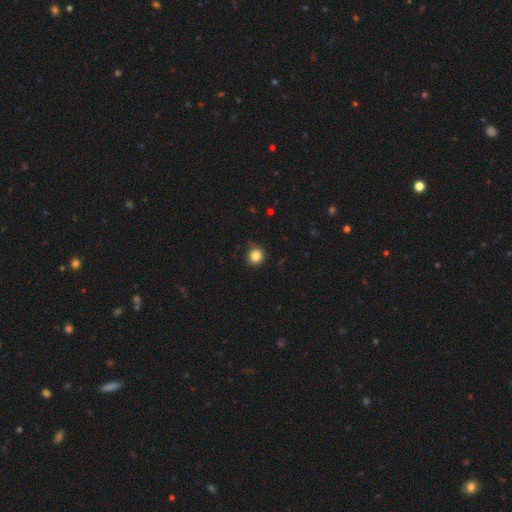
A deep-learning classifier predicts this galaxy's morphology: smooth-or-featured: smooth: 83% | star or artifact: 11% | featured or disk: 5%
  how-rounded: round: 92% | in between: 8% | cigar-shaped: 1%
  merging: none: 77% | minor disturbance: 18% | major disturbance: 3% | merger: 2%